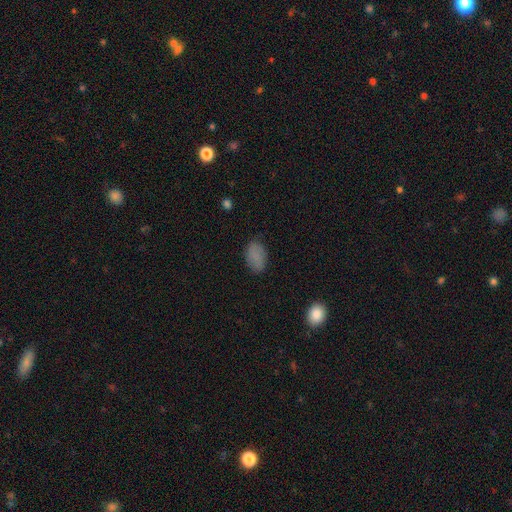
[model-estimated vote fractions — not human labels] smooth-or-featured: smooth: 84% | star or artifact: 9% | featured or disk: 7%
  how-rounded: in between: 91% | round: 7% | cigar-shaped: 2%
  merging: none: 81% | minor disturbance: 14% | major disturbance: 4% | merger: 1%